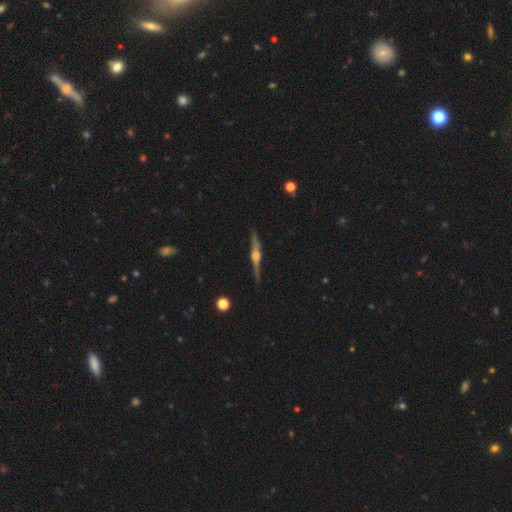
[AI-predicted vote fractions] Smooth or featured: featured or disk — 83% (smooth — 11%)
Edge-on disk: yes — 98% (no — 2%)
Edge-on bulge: rounded — 88% (boxy — 9%)
Merging: none — 87% (minor disturbance — 9%)